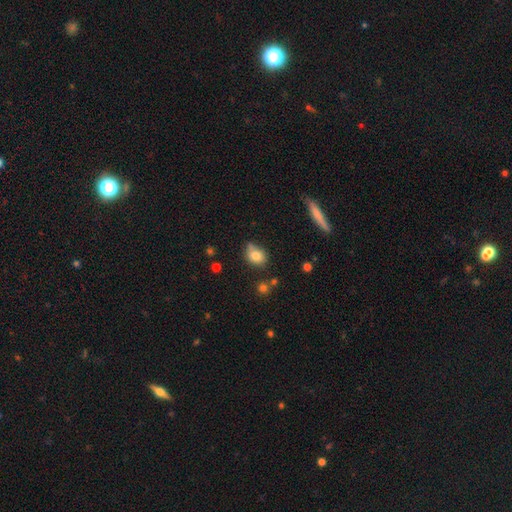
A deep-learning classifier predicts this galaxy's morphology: smooth_or_featured: smooth (p=0.79) [alt: featured or disk p=0.11]
how_rounded: in between (p=0.53) [alt: round p=0.45]
merging: none (p=0.59) [alt: minor disturbance p=0.26]